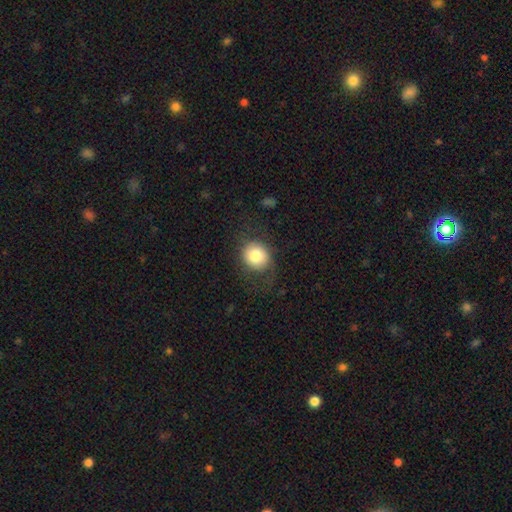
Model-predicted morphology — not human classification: Smooth or featured?
  - smooth: 79% *
  - featured or disk: 13%
  - star or artifact: 8%
How rounded?
  - round: 77% *
  - in between: 22%
  - cigar-shaped: 1%
Merging?
  - none: 70% *
  - minor disturbance: 17%
  - major disturbance: 12%
  - merger: 1%